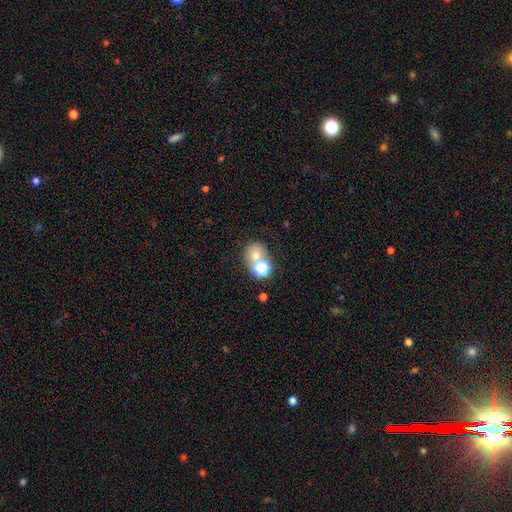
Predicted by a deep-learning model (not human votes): Smooth or featured?
  - smooth: 67% *
  - star or artifact: 18%
  - featured or disk: 16%
How rounded?
  - round: 72% *
  - in between: 27%
  - cigar-shaped: 1%
Merging?
  - none: 45% *
  - merger: 41%
  - minor disturbance: 9%
  - major disturbance: 5%